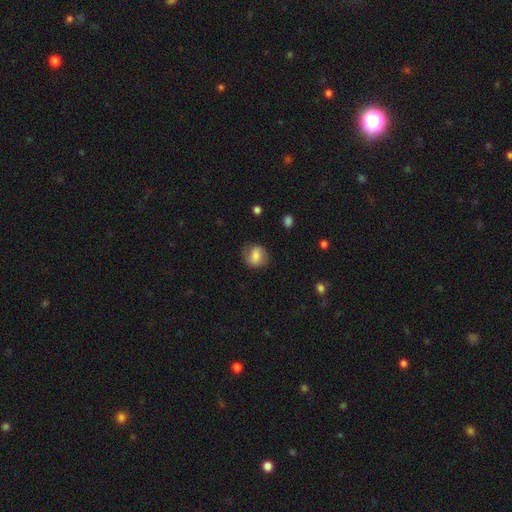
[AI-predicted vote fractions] Overall: smooth (67%). How rounded: round (63%; in between 35%). Merging: none (73%).